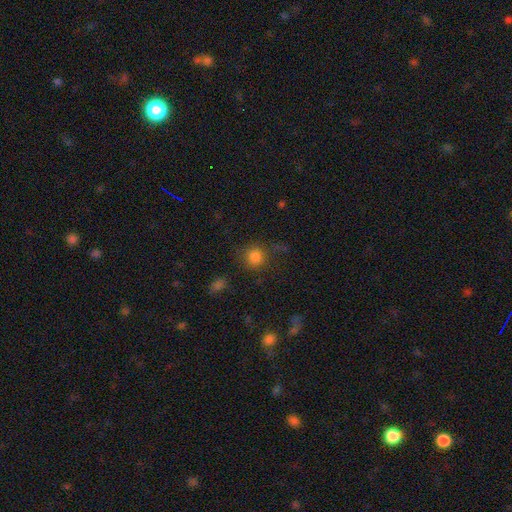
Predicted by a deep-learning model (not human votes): Q: Smooth or featured?
A: smooth (81%); runner-up: star or artifact (13%)
Q: How rounded?
A: round (88%); runner-up: in between (11%)
Q: Merging?
A: none (75%); runner-up: minor disturbance (14%)